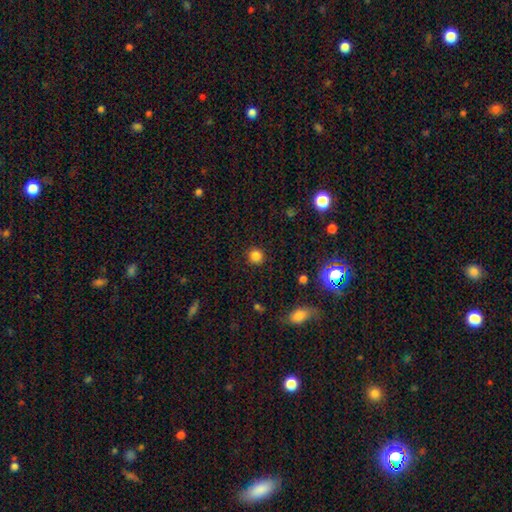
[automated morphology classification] Overall: smooth (81%). How rounded: round (92%). Merging: none (90%).